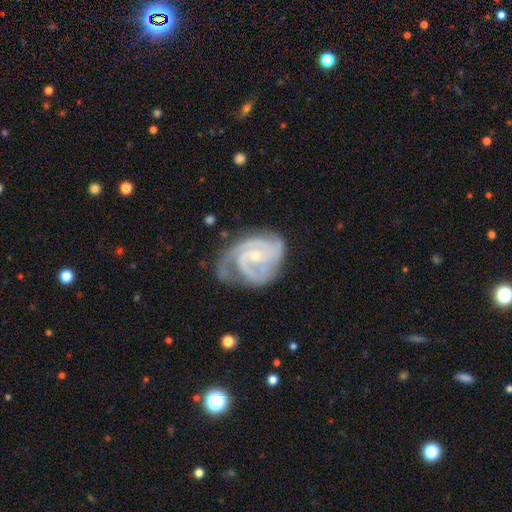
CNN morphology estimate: smooth_or_featured: featured or disk (p=0.90) [alt: smooth p=0.05]
disk_edge_on: no (p=0.98) [alt: yes p=0.02]
bar: no (p=0.62) [alt: weak p=0.30]
has_spiral_arms: yes (p=0.98) [alt: no p=0.02]
spiral_winding: tight (p=0.58) [alt: medium p=0.36]
spiral_arm_count: 3 (p=0.42) [alt: 2 p=0.32]
bulge_size: small (p=0.73) [alt: moderate p=0.24]
merging: none (p=0.55) [alt: minor disturbance p=0.28]